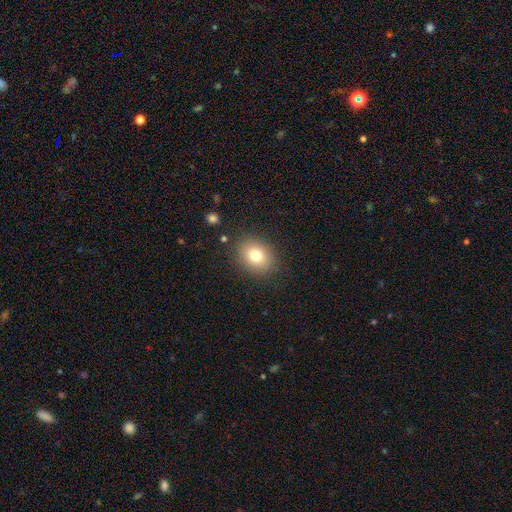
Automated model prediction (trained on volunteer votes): A smooth galaxy with no disk features (77%) that is round (53%). Merging: none (86%).